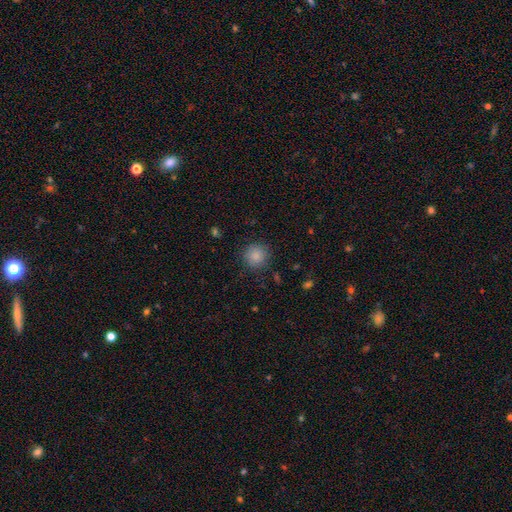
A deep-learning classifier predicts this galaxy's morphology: A smooth galaxy with no disk features (86%) that is round (93%).

Vote fractions:
- Smooth or featured? smooth: 86% / star or artifact: 10% / featured or disk: 4%
- How rounded? round: 93% / in between: 6% / cigar-shaped: 1%
- Merging? none: 87% / minor disturbance: 9% / major disturbance: 3% / merger: 1%